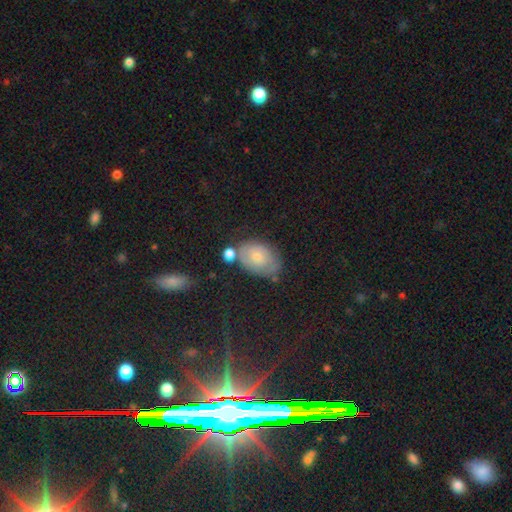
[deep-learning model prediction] Morphology: type=smooth (61%); roundness=in between (84%); merging=none (66%).